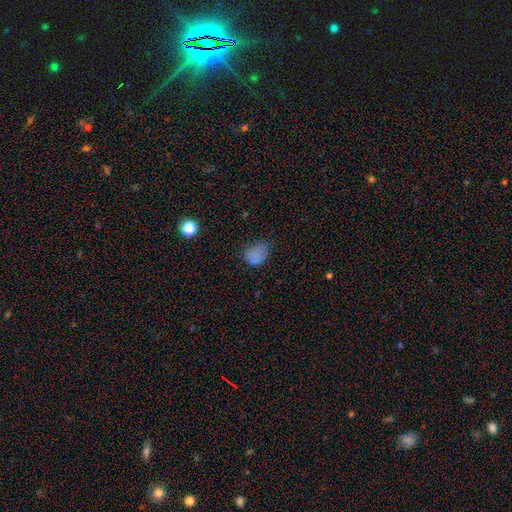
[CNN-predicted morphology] Smooth or featured?
  - smooth: 73% *
  - star or artifact: 17%
  - featured or disk: 10%
How rounded?
  - in between: 63% *
  - round: 36%
  - cigar-shaped: 1%
Merging?
  - none: 47% *
  - minor disturbance: 34%
  - major disturbance: 16%
  - merger: 2%